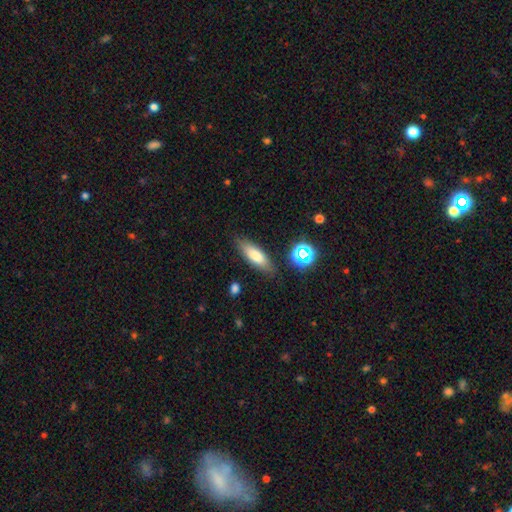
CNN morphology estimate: A smooth galaxy with no disk features (76%) that is in between round and cigar-shaped (56%). Merging: none (83%).